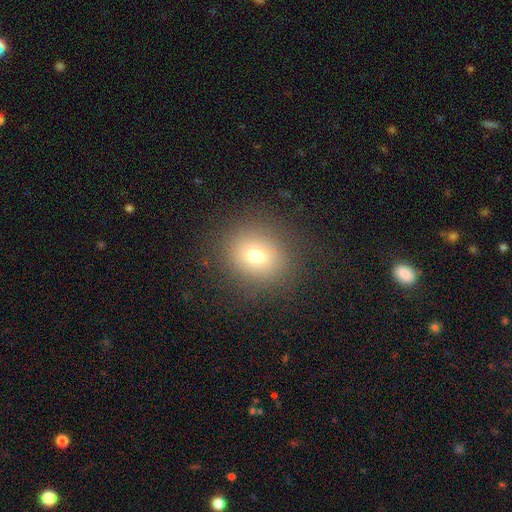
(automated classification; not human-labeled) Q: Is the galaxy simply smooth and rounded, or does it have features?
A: smooth — 73%.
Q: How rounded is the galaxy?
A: round — 75%.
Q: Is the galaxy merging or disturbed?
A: none — 85%.